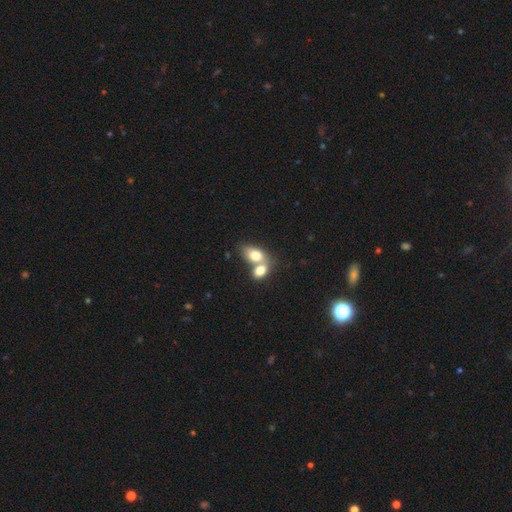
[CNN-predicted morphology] smooth-or-featured: smooth: 76% | featured or disk: 16% | star or artifact: 8%
  how-rounded: in between: 82% | round: 15% | cigar-shaped: 2%
  merging: merger: 68% | none: 22% | minor disturbance: 6% | major disturbance: 3%